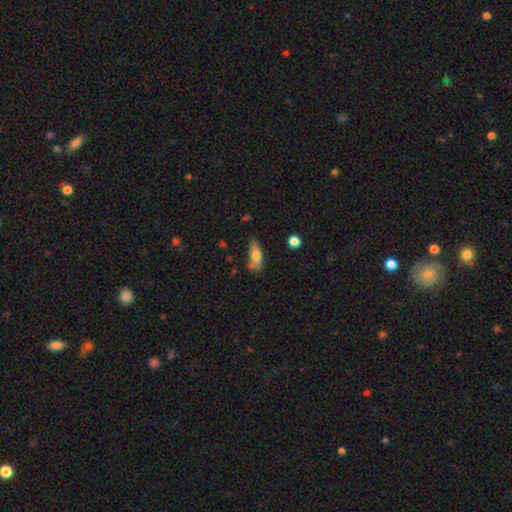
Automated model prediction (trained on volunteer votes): Smooth or featured? smooth (74%)
How rounded? in between (67%)
Merging? none (61%)